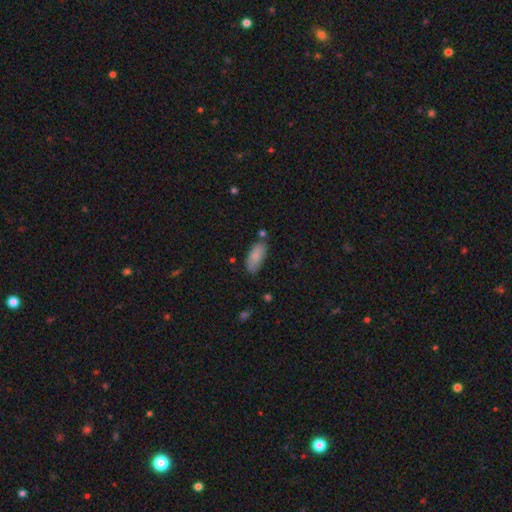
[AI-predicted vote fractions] Q: Smooth or featured?
A: smooth (84%); runner-up: featured or disk (10%)
Q: How rounded?
A: in between (87%); runner-up: cigar-shaped (11%)
Q: Merging?
A: none (70%); runner-up: minor disturbance (21%)